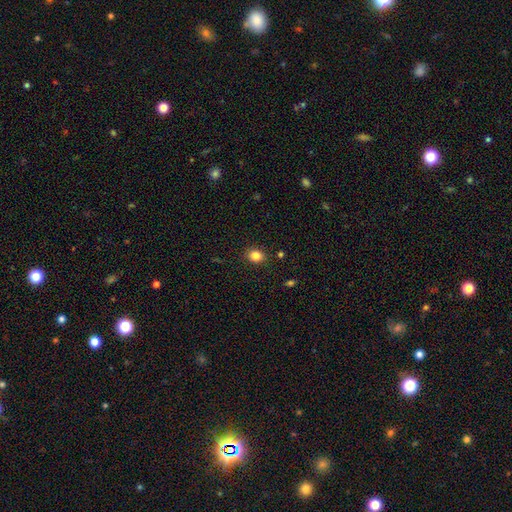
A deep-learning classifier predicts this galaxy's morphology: This appears to be a smooth galaxy with no disk features (83%) that is round (55%). Merging: none (89%).